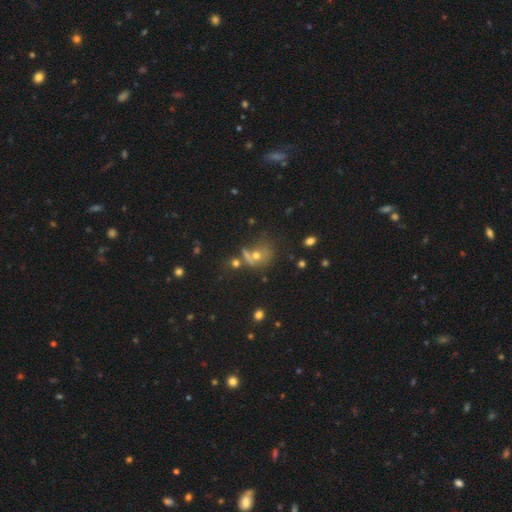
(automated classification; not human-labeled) A smooth galaxy with no disk features (55%) that is round (64%). Merging: none (42%).